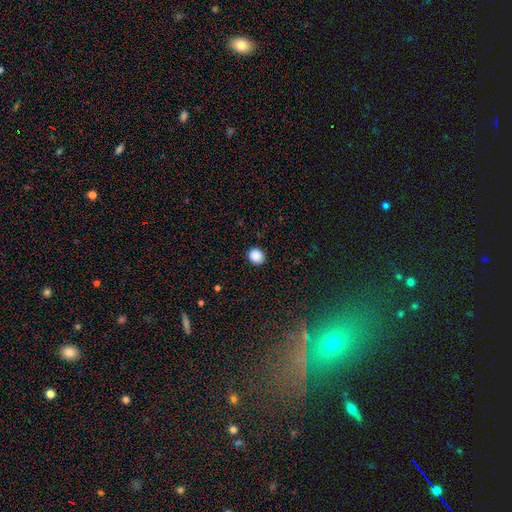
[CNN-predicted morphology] This appears to be a smooth galaxy with no disk features (89%) that is round (77%). Merging: none (91%).